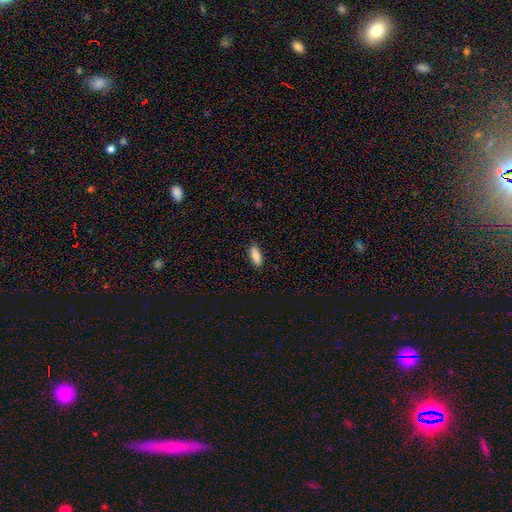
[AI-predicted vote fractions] A smooth galaxy with no disk features (87%) that is in between round and cigar-shaped (76%). Merging: none (85%).